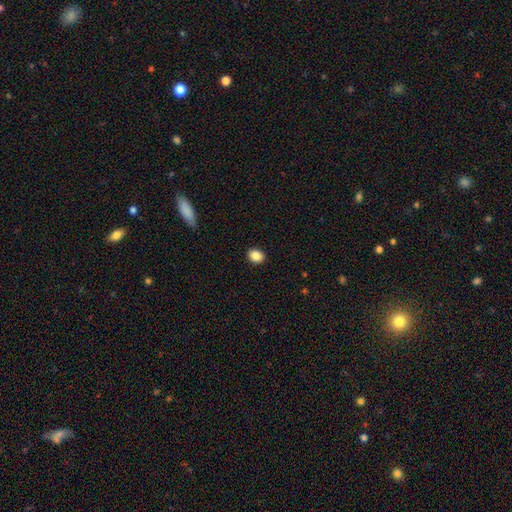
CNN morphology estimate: smooth-or-featured: smooth: 87% | star or artifact: 9% | featured or disk: 4%
  how-rounded: round: 57% | in between: 42% | cigar-shaped: 1%
  merging: none: 91% | minor disturbance: 6% | major disturbance: 2% | merger: 1%